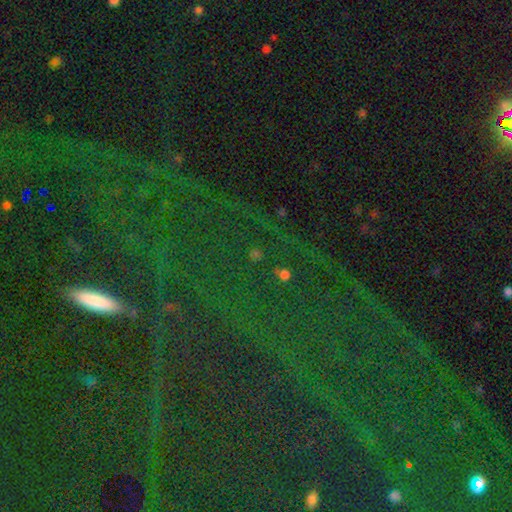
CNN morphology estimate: Overall: star or artifact (78%).